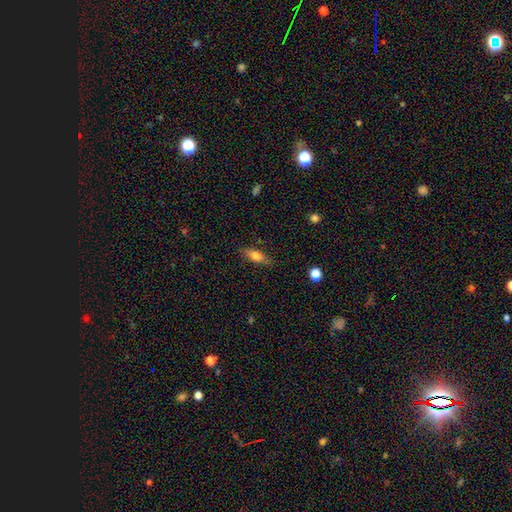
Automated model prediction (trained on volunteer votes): A smooth galaxy with no disk features (70%) that is in between round and cigar-shaped (61%). Merging: none (81%).